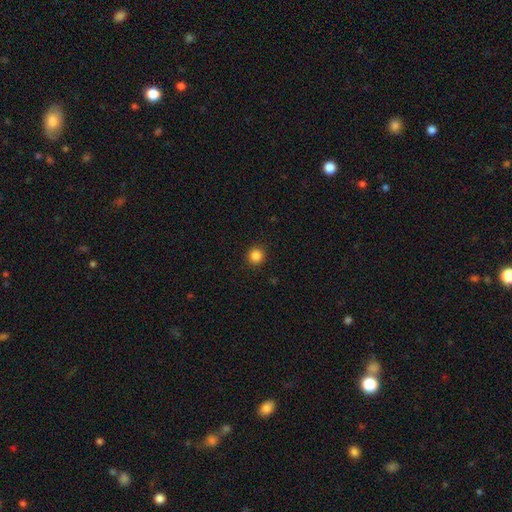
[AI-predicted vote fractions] smooth_or_featured: smooth (p=0.85) [alt: star or artifact p=0.11]
how_rounded: round (p=0.93) [alt: in between p=0.06]
merging: none (p=0.91) [alt: minor disturbance p=0.06]